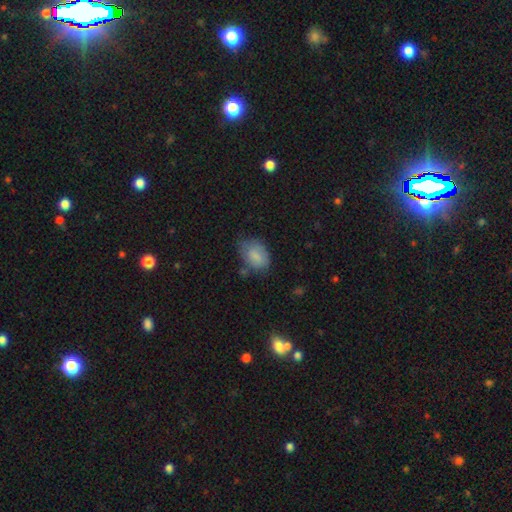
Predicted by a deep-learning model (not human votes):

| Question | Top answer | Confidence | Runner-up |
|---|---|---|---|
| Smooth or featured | smooth | 80% | featured or disk (12%) |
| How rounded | in between | 83% | round (16%) |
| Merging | none | 52% | minor disturbance (33%) |